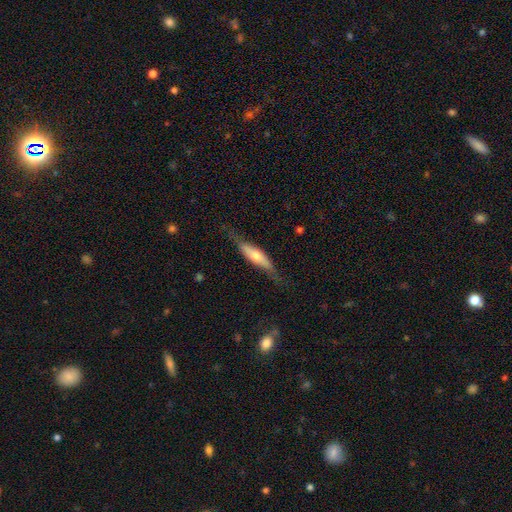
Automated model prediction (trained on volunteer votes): Smooth or featured? Predicted: featured or disk (p=0.51). Edge-on disk? Predicted: yes (p=0.81). Merging? Predicted: none (p=0.70).